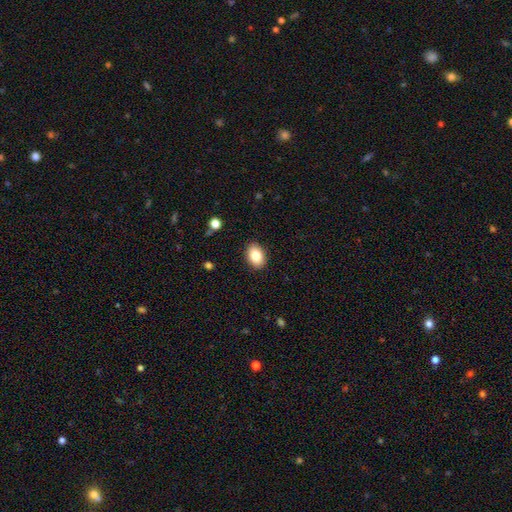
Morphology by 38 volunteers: A smooth galaxy with no disk features (82%) that is in between round and cigar-shaped (71%).

Vote fractions:
- Smooth or featured? smooth: 82% / featured or disk: 13% / star or artifact: 5%
- How rounded? in between: 71% / round: 29% / cigar-shaped: 0%
- Merging? none: 94% / minor disturbance: 3% / merger: 3% / major disturbance: 0%